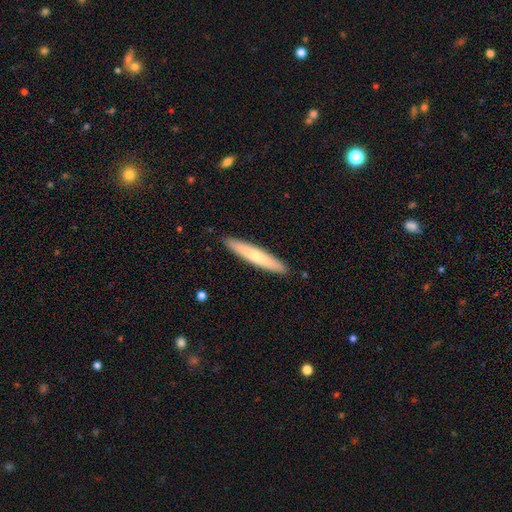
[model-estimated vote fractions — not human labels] Smooth or featured: smooth — 62% (featured or disk — 33%)
How rounded: cigar-shaped — 92% (in between — 6%)
Merging: none — 91% (minor disturbance — 6%)